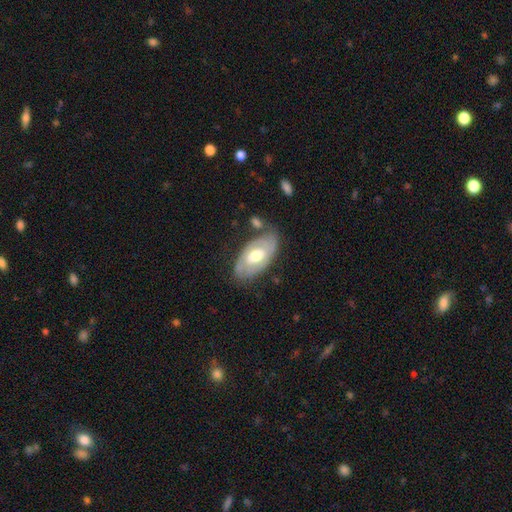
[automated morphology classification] A featured or disk galaxy (65%) with no bar (52%), spiral arms (69%) and a moderate central bulge (69%). Merging: none (65%).